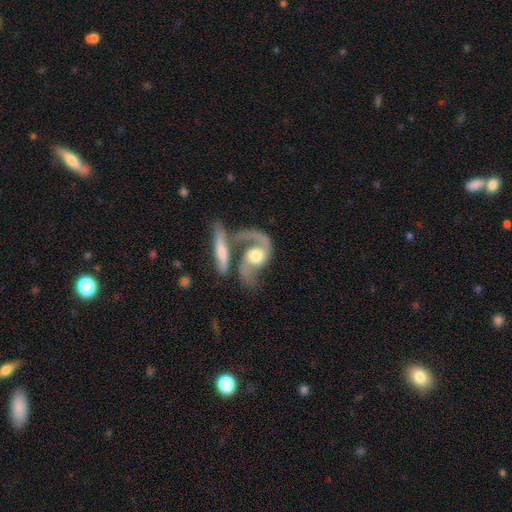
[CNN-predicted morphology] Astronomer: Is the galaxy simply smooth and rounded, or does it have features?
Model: featured or disk — 83%.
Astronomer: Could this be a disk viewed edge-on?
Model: no — 94%.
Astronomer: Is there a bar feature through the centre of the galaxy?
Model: no — 65%.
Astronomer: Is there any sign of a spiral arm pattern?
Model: yes — 93%.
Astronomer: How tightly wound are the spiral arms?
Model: loose — 47% (runner-up: medium, 39%).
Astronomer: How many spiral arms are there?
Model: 2 — 75%.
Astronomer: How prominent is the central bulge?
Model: moderate — 61%.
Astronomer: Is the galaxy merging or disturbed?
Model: merger — 44% (runner-up: none, 27%).